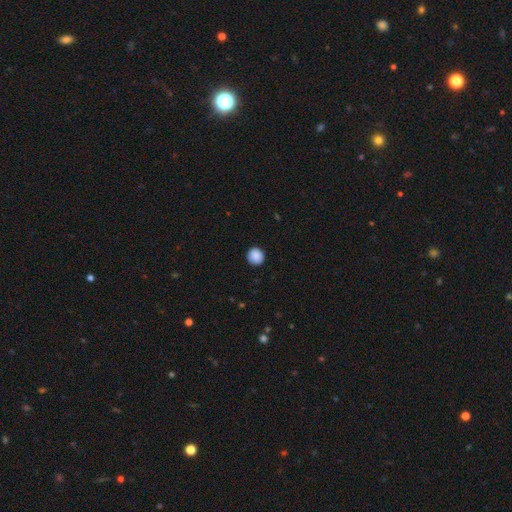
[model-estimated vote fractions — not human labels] Overall: smooth (89%). How rounded: round (94%). Merging: none (91%).